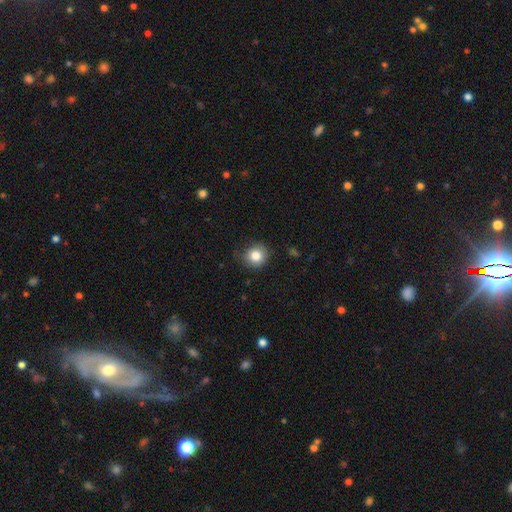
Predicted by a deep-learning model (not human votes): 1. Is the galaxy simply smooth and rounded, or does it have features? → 83% smooth, 10% star or artifact, 7% featured or disk.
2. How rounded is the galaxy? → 85% round, 14% in between, 1% cigar-shaped.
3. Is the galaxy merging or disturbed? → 81% none, 15% minor disturbance, 3% major disturbance, 1% merger.